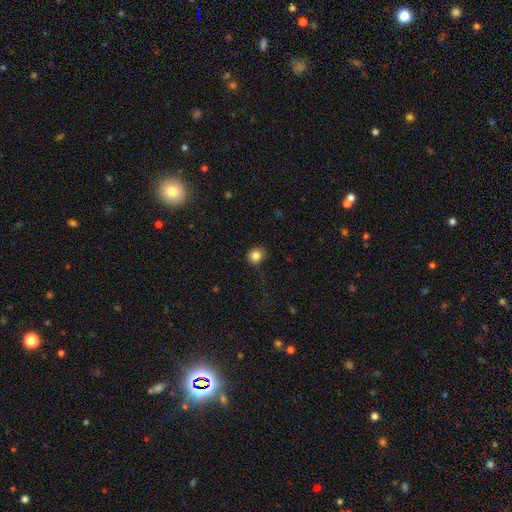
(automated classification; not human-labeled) Smooth or featured?
  - smooth: 83% *
  - star or artifact: 11%
  - featured or disk: 6%
How rounded?
  - round: 84% *
  - in between: 15%
  - cigar-shaped: 1%
Merging?
  - none: 83% *
  - minor disturbance: 12%
  - major disturbance: 3%
  - merger: 1%